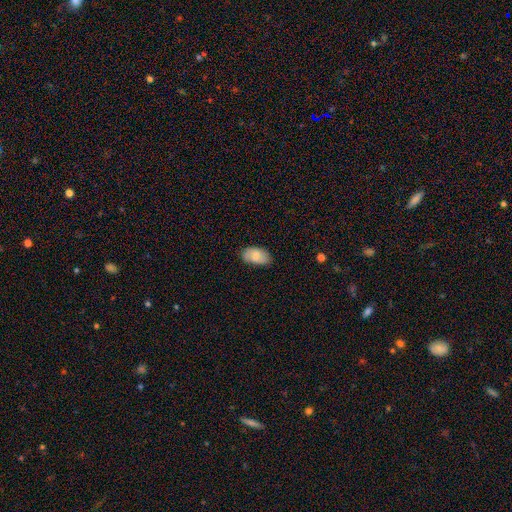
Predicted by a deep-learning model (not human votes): This appears to be a smooth galaxy with no disk features (70%) that is in between round and cigar-shaped (94%). Merging: none (76%).